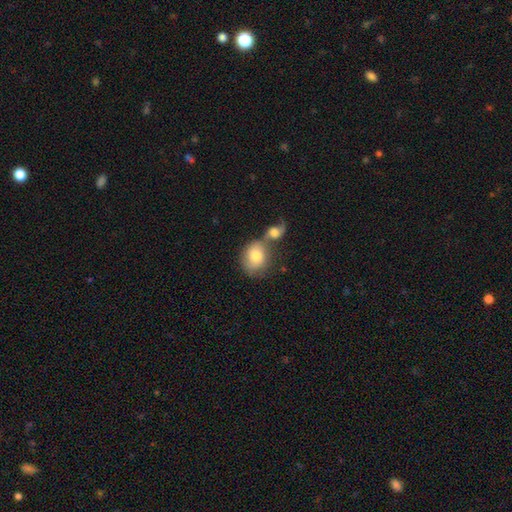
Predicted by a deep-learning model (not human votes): Smooth or featured? smooth (76%)
How rounded? round (58%)
Merging? merger (54%)